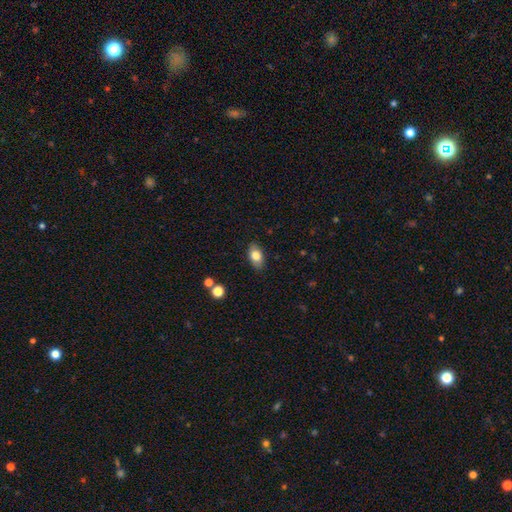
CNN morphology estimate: This is likely a smooth galaxy (79%). How rounded: clearly in between (91%). Merging: clearly none (86%).